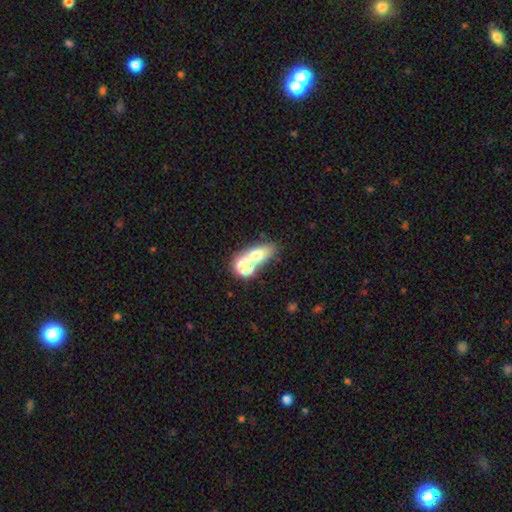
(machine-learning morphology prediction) Smooth or featured?
  - smooth: 62% *
  - featured or disk: 19%
  - star or artifact: 19%
How rounded?
  - in between: 61% *
  - round: 32%
  - cigar-shaped: 7%
Merging?
  - none: 44% *
  - merger: 41%
  - minor disturbance: 9%
  - major disturbance: 6%